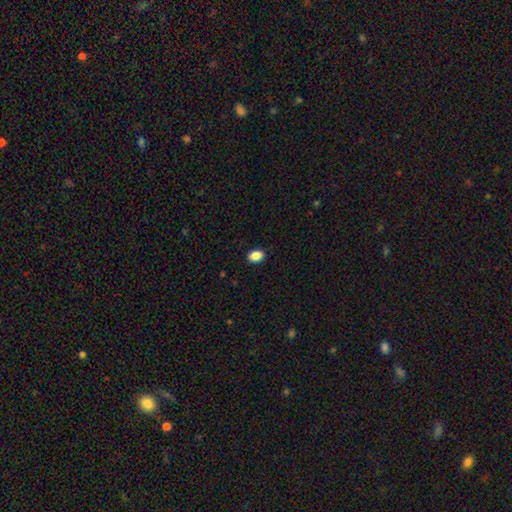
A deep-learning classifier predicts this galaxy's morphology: This is clearly a smooth galaxy (88%). How rounded: clearly in between (80%). Merging: clearly none (90%).